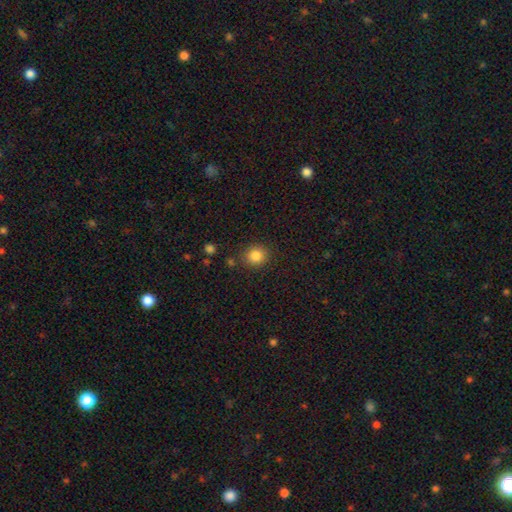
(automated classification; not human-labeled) A smooth galaxy with no disk features (85%) that is round (83%).

Vote fractions:
- Smooth or featured? smooth: 85% / star or artifact: 11% / featured or disk: 5%
- How rounded? round: 83% / in between: 16% / cigar-shaped: 1%
- Merging? none: 85% / minor disturbance: 9% / merger: 3% / major disturbance: 3%